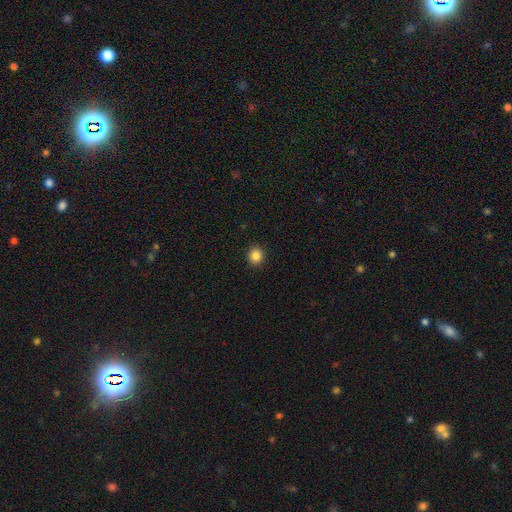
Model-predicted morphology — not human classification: type=smooth (86%); roundness=round (88%); merging=none (92%).